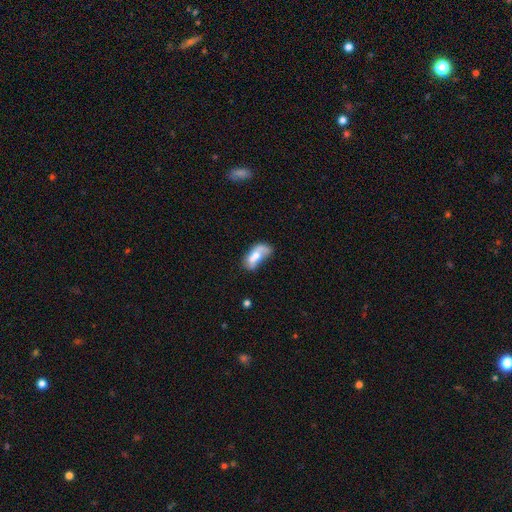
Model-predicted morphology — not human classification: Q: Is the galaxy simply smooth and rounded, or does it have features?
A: smooth — 51%.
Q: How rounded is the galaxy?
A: in between — 86%.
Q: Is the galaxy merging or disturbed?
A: merger — 32%.